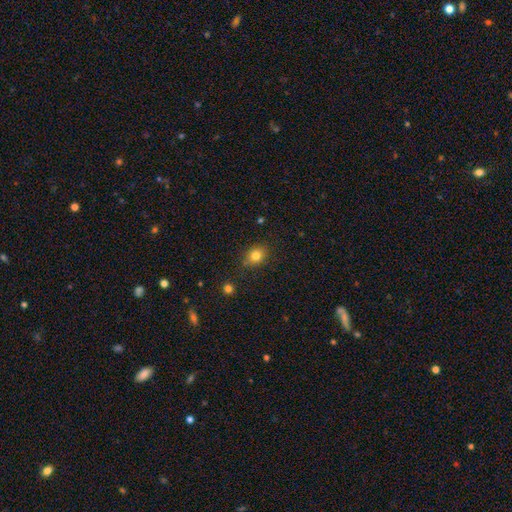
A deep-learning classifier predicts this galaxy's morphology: The model was most divided on "how rounded": round: 57%, in between: 42%, cigar-shaped: 1%. More confident: smooth or featured — smooth (81%); merging — none (79%).